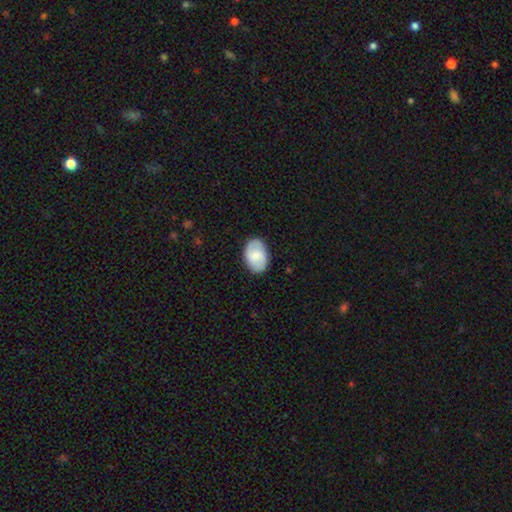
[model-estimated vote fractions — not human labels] A smooth galaxy with no disk features (58%) that is in between round and cigar-shaped (87%). Merging: none (83%).